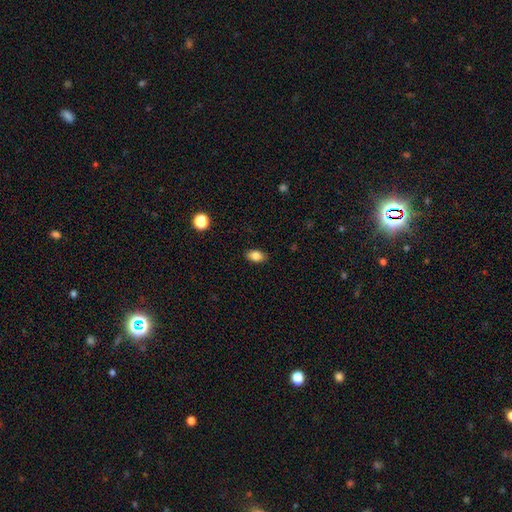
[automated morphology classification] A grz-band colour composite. It shows a smooth galaxy with no disk features (84%) that is in between round and cigar-shaped (86%). Merging: none (88%).